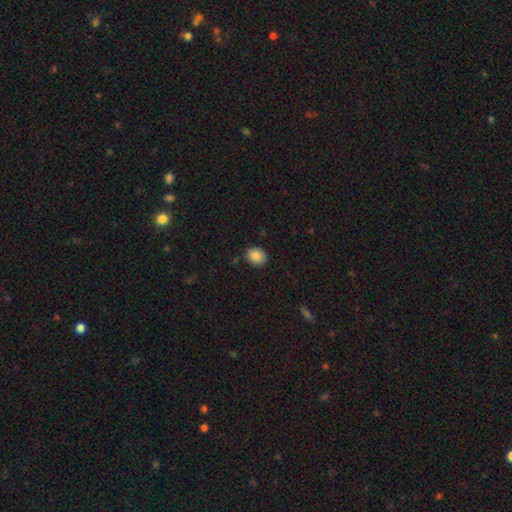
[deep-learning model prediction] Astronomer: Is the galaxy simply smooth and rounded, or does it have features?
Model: smooth — 84%.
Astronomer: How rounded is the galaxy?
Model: round — 60% (runner-up: in between, 39%).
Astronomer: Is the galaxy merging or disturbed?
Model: none — 84%.